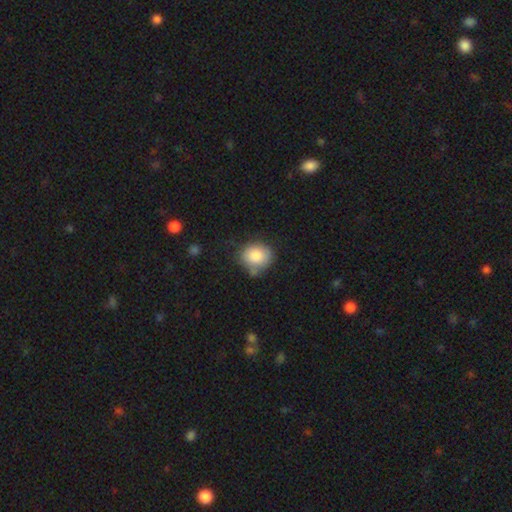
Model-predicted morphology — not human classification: Q: Smooth or featured?
A: smooth (86%); runner-up: star or artifact (8%)
Q: How rounded?
A: round (70%); runner-up: in between (29%)
Q: Merging?
A: none (66%); runner-up: minor disturbance (22%)